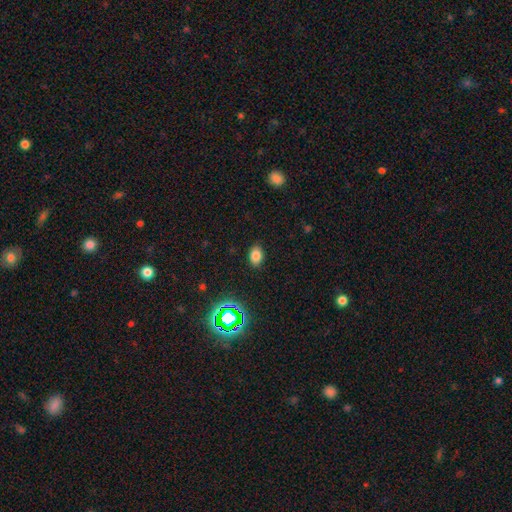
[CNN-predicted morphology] The model was most divided on "how rounded": in between: 80%, round: 18%, cigar-shaped: 1%. More confident: merging — none (86%); smooth or featured — smooth (79%).